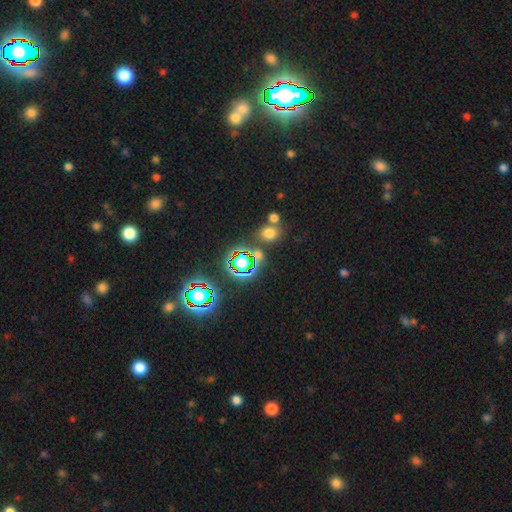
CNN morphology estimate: smooth-or-featured: star or artifact: 56% | smooth: 35% | featured or disk: 8%